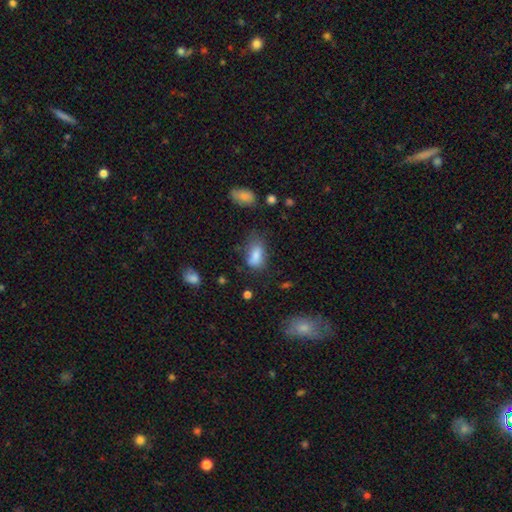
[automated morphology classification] Q: Smooth or featured?
A: smooth (79%); runner-up: featured or disk (11%)
Q: How rounded?
A: in between (89%); runner-up: round (7%)
Q: Merging?
A: none (45%); runner-up: minor disturbance (32%)